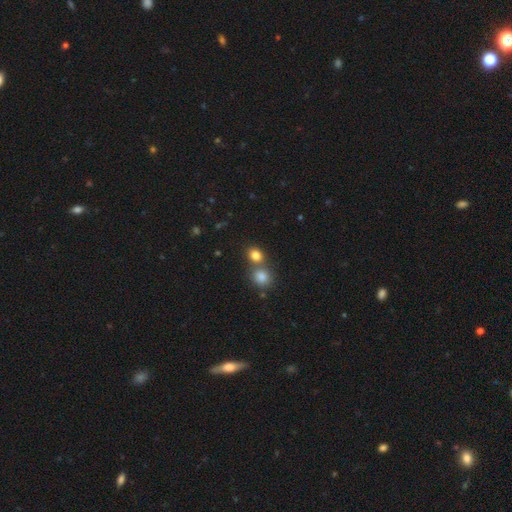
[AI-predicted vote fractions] This is clearly a smooth galaxy (81%). How rounded: likely round (68%). Merging: possibly none (50%).